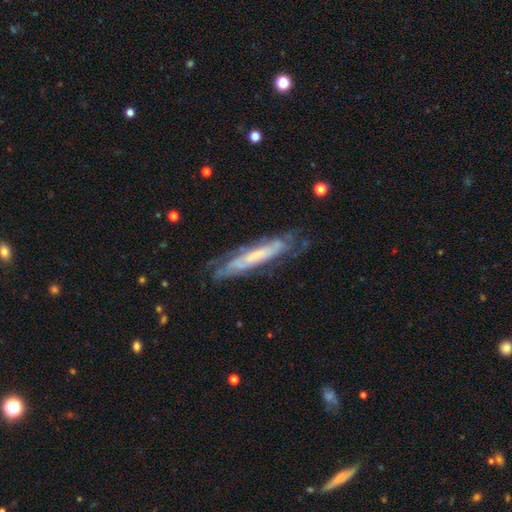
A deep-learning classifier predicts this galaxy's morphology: Q: Smooth or featured?
A: featured or disk (69%); runner-up: smooth (24%)
Q: Edge-on disk?
A: yes (51%); runner-up: no (49%)
Q: Merging?
A: none (68%); runner-up: minor disturbance (21%)